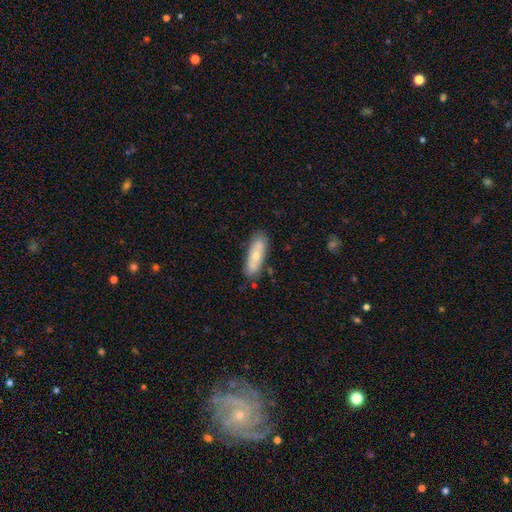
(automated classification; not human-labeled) Smooth or featured?
  - smooth: 60% *
  - featured or disk: 33%
  - star or artifact: 7%
How rounded?
  - in between: 57% *
  - cigar-shaped: 40%
  - round: 2%
Merging?
  - none: 77% *
  - minor disturbance: 16%
  - merger: 4%
  - major disturbance: 3%